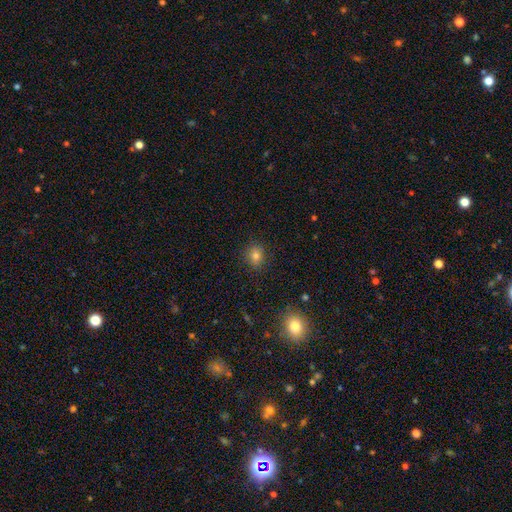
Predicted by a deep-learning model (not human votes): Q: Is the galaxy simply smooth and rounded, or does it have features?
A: smooth — 77%.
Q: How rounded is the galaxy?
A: round — 68%.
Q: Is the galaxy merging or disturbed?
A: none — 87%.